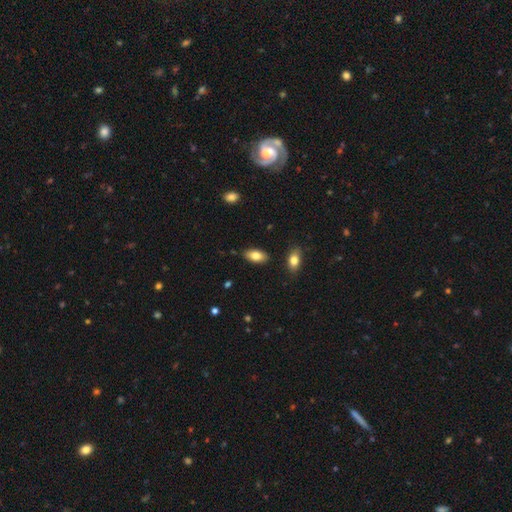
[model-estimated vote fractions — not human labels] Smooth or featured?
  - smooth: 81% *
  - featured or disk: 12%
  - star or artifact: 7%
How rounded?
  - in between: 92% *
  - cigar-shaped: 5%
  - round: 3%
Merging?
  - none: 86% *
  - minor disturbance: 10%
  - merger: 2%
  - major disturbance: 2%